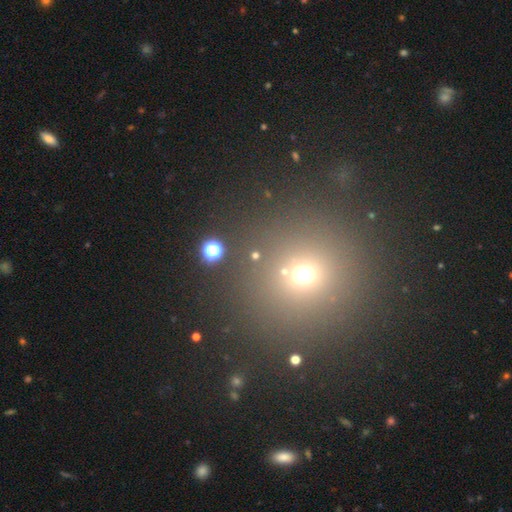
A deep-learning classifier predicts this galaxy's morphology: Overall: smooth (54%; star or artifact 37%). How rounded: round (94%). Merging: none (84%).